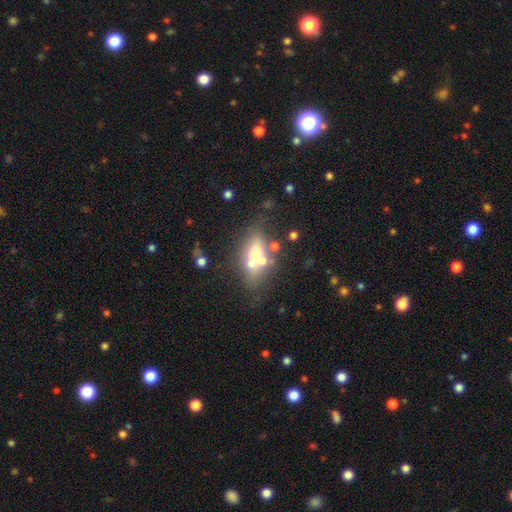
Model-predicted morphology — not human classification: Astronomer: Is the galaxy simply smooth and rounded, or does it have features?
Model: smooth — 47% (runner-up: featured or disk, 41%).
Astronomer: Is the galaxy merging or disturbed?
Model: none — 42% (runner-up: merger, 34%).